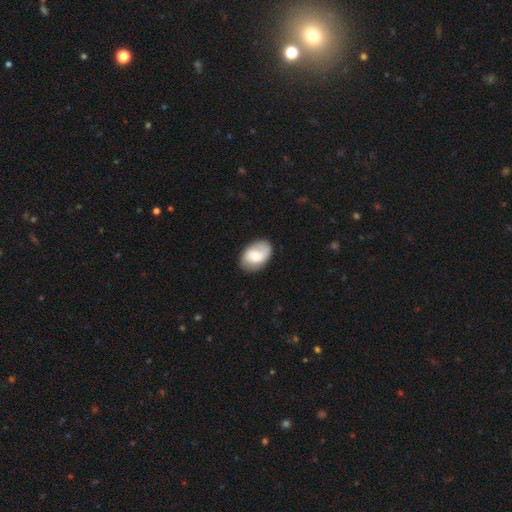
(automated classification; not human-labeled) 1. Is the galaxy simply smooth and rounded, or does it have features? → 62% smooth, 31% featured or disk, 7% star or artifact.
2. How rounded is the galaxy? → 85% in between, 14% round, 1% cigar-shaped.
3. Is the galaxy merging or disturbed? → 74% none, 19% minor disturbance, 5% major disturbance, 2% merger.